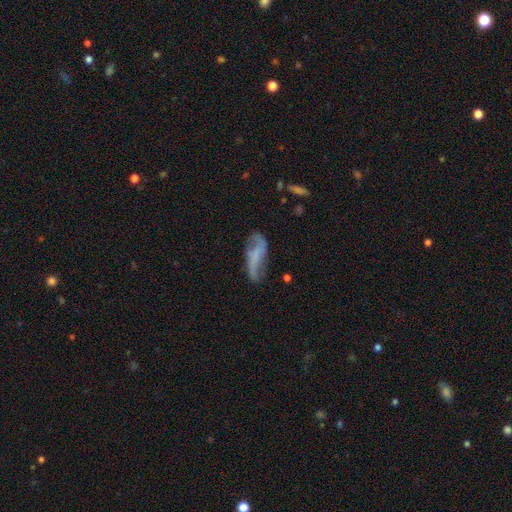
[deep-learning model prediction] featured or disk 55%, smooth 35%, star or artifact 10%. Down the decision tree: edge-on disk — no (86%); merging — none (48%).